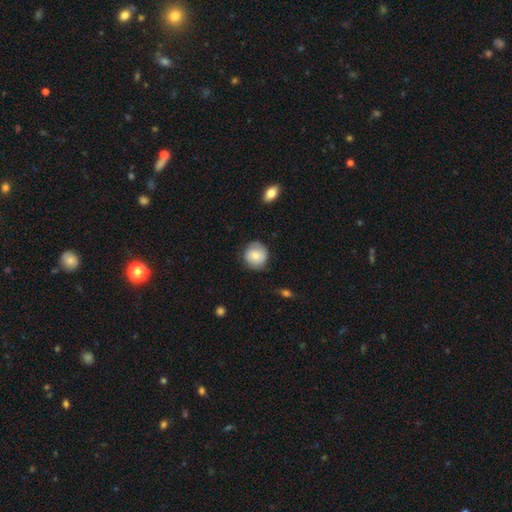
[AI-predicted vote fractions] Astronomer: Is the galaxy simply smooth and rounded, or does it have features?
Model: smooth — 68%.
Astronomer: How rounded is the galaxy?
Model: round — 88%.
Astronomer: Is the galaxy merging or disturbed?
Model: none — 76%.